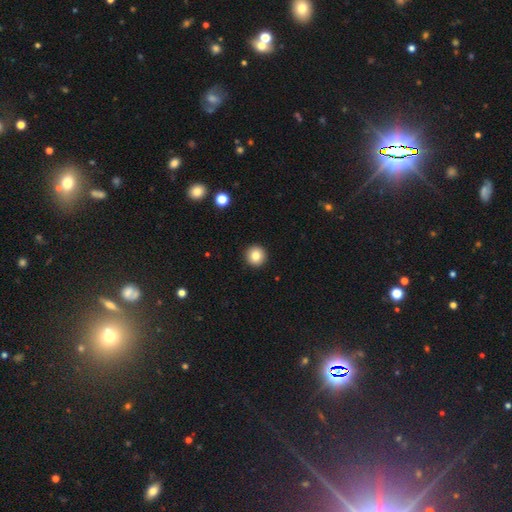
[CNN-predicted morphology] Smooth or featured? smooth (83%)
How rounded? round (96%)
Merging? none (93%)